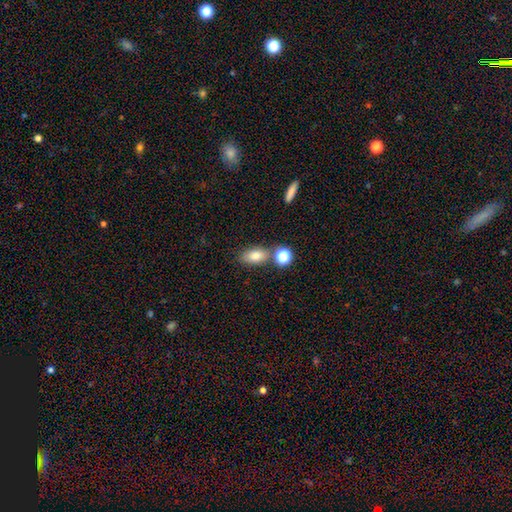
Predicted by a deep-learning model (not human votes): Smooth or featured?
  - smooth: 79% *
  - star or artifact: 11%
  - featured or disk: 10%
How rounded?
  - in between: 82% *
  - round: 13%
  - cigar-shaped: 5%
Merging?
  - none: 69% *
  - merger: 15%
  - minor disturbance: 12%
  - major disturbance: 4%